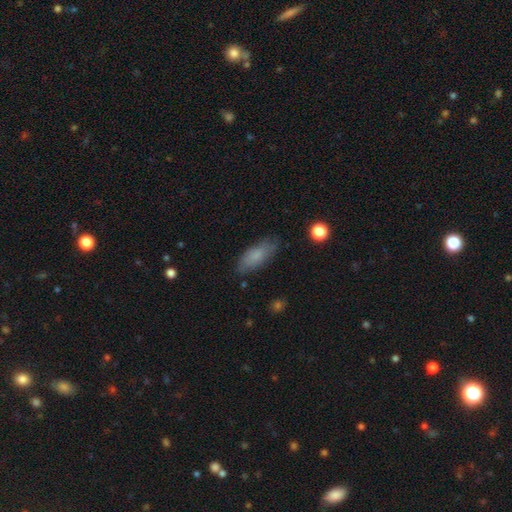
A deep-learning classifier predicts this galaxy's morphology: Smooth or featured? smooth (79%)
How rounded? in between (75%)
Merging? none (78%)